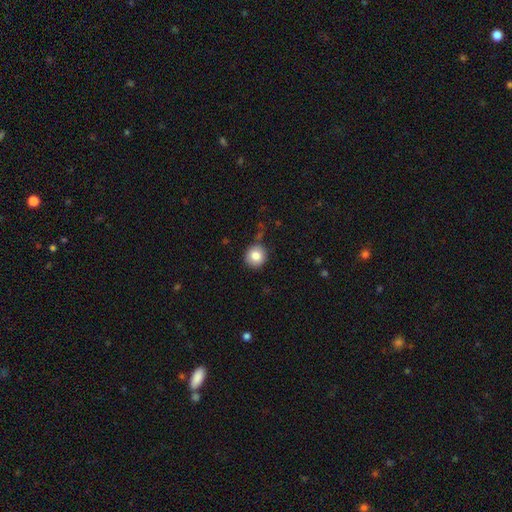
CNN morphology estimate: Smooth or featured? Predicted: smooth (p=0.83). How rounded? Predicted: round (p=0.92). Merging? Predicted: none (p=0.79).